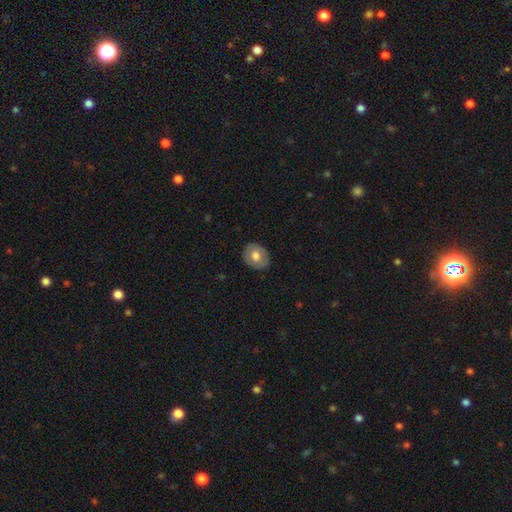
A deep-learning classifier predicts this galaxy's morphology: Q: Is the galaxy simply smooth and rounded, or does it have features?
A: smooth — 66%.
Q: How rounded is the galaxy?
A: round — 51%.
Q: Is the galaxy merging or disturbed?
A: none — 84%.